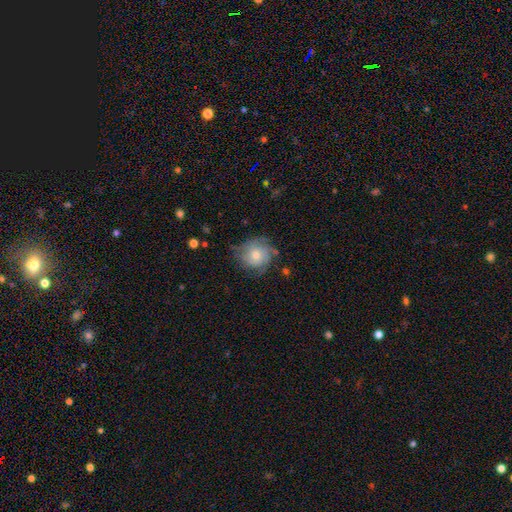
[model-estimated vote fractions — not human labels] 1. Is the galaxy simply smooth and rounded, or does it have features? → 47% featured or disk, 44% smooth, 9% star or artifact.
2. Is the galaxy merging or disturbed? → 64% none, 25% minor disturbance, 10% major disturbance, 2% merger.